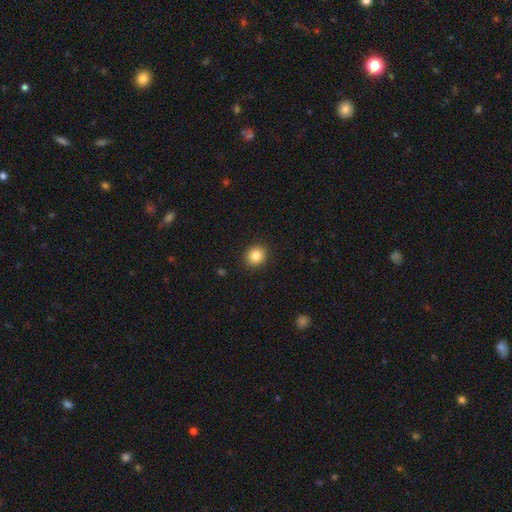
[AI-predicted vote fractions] This appears to be a smooth galaxy with no disk features (85%) that is round (81%). Merging: none (91%).